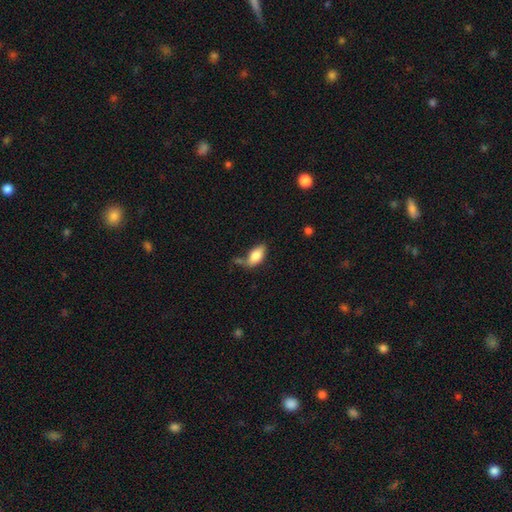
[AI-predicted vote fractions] smooth-or-featured: smooth: 77% | featured or disk: 15% | star or artifact: 7%
  how-rounded: in between: 90% | cigar-shaped: 6% | round: 5%
  merging: none: 44% | minor disturbance: 27% | merger: 15% | major disturbance: 14%